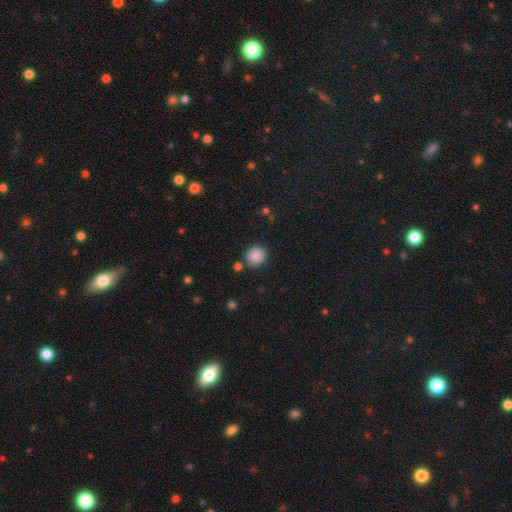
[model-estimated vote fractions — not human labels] Overall: smooth (88%). How rounded: round (89%). Merging: none (85%).